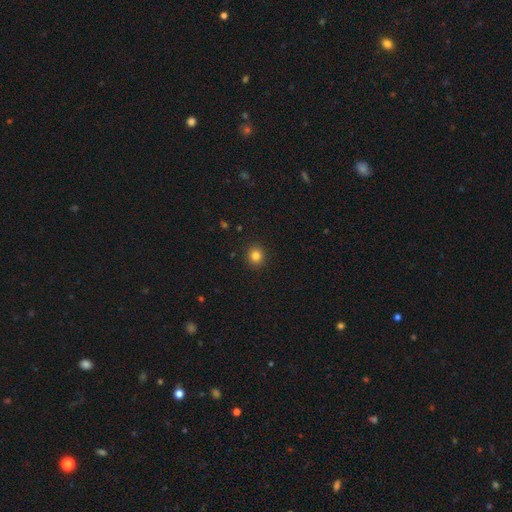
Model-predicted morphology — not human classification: Smooth or featured? Predicted: smooth (p=0.82). How rounded? Predicted: round (p=0.86). Merging? Predicted: none (p=0.92).